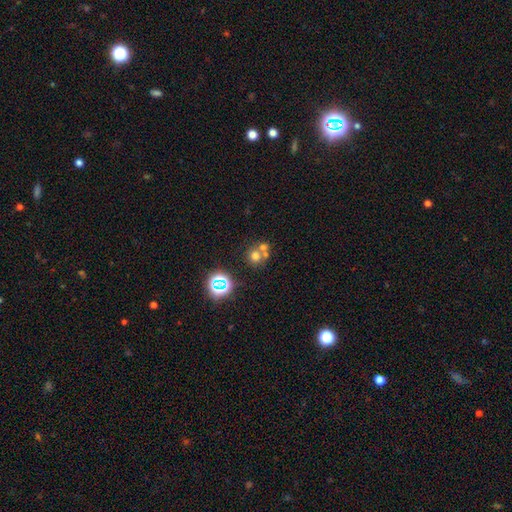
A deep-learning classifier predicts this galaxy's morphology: Smooth or featured? smooth (62%)
How rounded? round (87%)
Merging? none (47%)